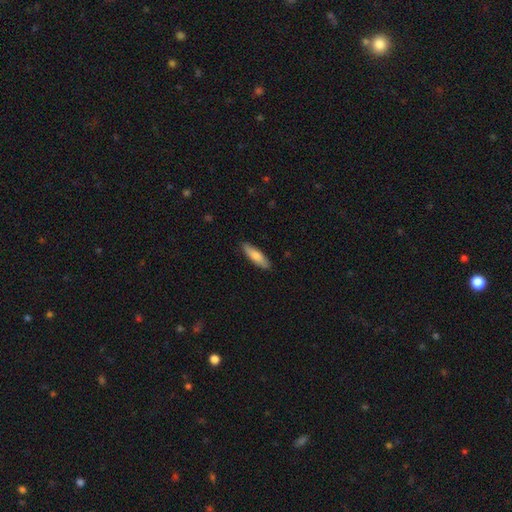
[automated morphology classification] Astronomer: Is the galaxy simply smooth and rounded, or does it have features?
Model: smooth — 78%.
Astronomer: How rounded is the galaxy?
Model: cigar-shaped — 58% (runner-up: in between, 40%).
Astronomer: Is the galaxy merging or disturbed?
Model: none — 87%.